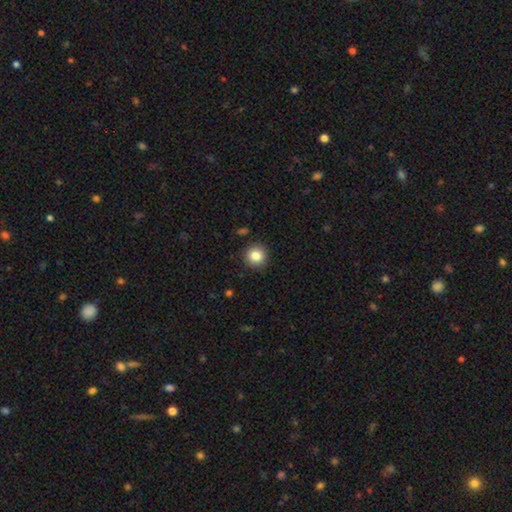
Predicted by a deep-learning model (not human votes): The model was most divided on "smooth or featured": smooth: 83%, star or artifact: 10%, featured or disk: 7%. More confident: how rounded — round (94%); merging — none (90%).